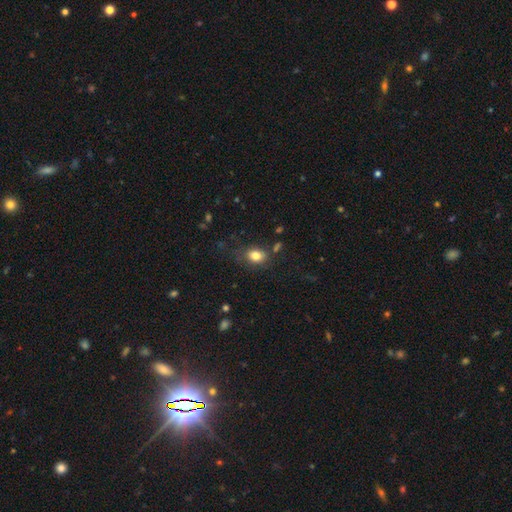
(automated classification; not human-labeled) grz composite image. It shows a smooth galaxy with no disk features (81%) that is in between round and cigar-shaped (67%). Merging: none (72%).